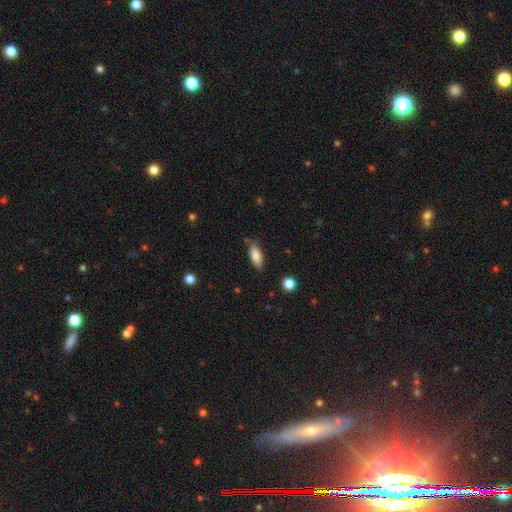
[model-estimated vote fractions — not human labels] Smooth or featured? Predicted: smooth (p=0.85). How rounded? Predicted: in between (p=0.73). Merging? Predicted: none (p=0.81).